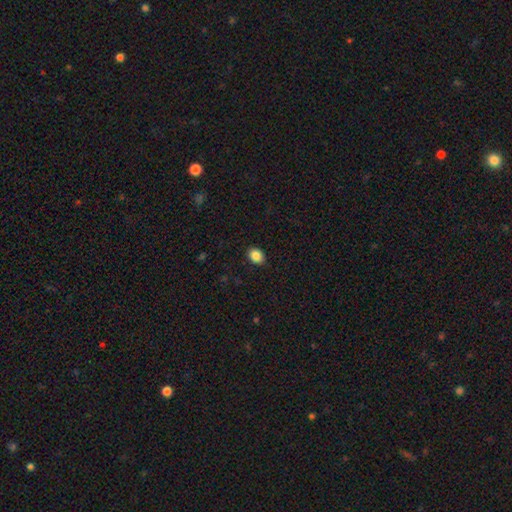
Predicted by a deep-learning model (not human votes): This appears to be a smooth galaxy with no disk features (88%) that is in between round and cigar-shaped (62%). Merging: none (89%).